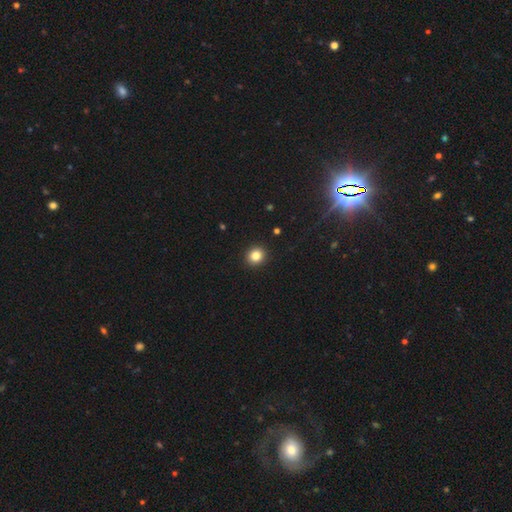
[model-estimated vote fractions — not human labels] A smooth galaxy with no disk features (84%) that is round (85%).

Vote fractions:
- Smooth or featured? smooth: 84% / star or artifact: 11% / featured or disk: 5%
- How rounded? round: 85% / in between: 14% / cigar-shaped: 1%
- Merging? none: 93% / minor disturbance: 5% / major disturbance: 2% / merger: 1%